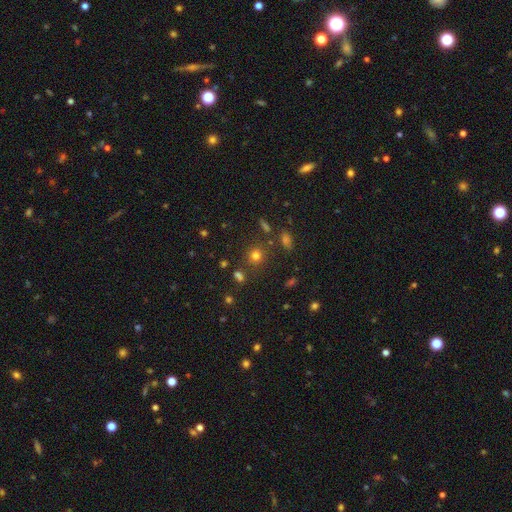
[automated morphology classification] The model was most divided on "smooth or featured": smooth: 72%, star or artifact: 20%, featured or disk: 8%. More confident: how rounded — round (85%); merging — none (79%).